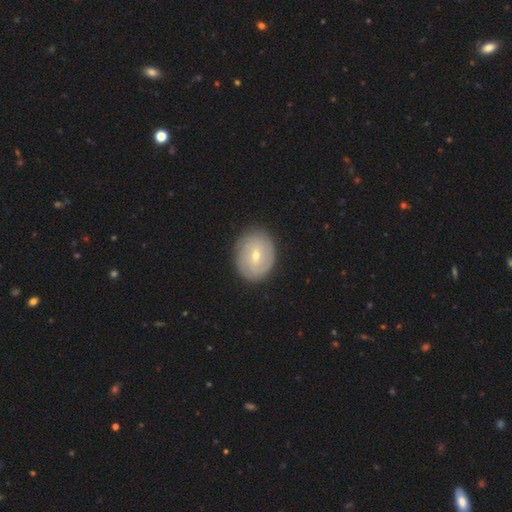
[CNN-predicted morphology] Smooth or featured? Predicted: featured or disk (p=0.53). Edge-on disk? Predicted: no (p=0.95). Merging? Predicted: none (p=0.86).